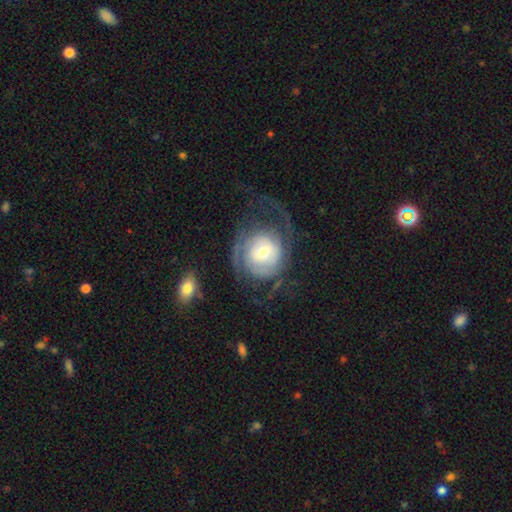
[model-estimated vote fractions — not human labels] Smooth or featured? Predicted: featured or disk (p=0.78). Edge-on disk? Predicted: no (p=0.97). Bar? Predicted: no (p=0.55). Spiral arms? Predicted: yes (p=0.90). Spiral winding? Predicted: tight (p=0.43). Spiral arm count? Predicted: 2 (p=0.50). Bulge size? Predicted: moderate (p=0.44). Merging? Predicted: none (p=0.50).